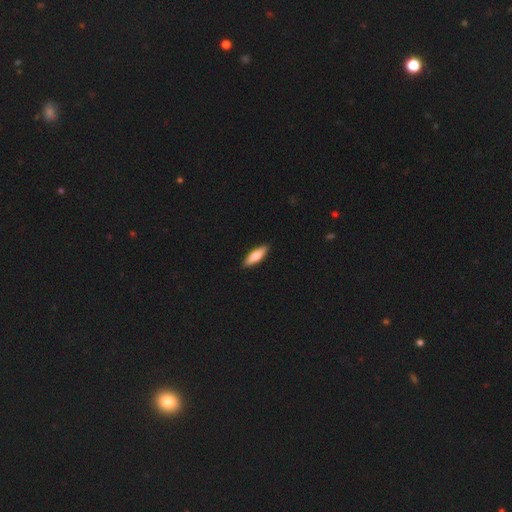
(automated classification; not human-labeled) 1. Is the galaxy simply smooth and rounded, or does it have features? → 68% smooth, 27% featured or disk, 5% star or artifact.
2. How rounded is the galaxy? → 54% cigar-shaped, 44% in between, 2% round.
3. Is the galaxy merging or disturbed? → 90% none, 7% minor disturbance, 1% major disturbance, 1% merger.